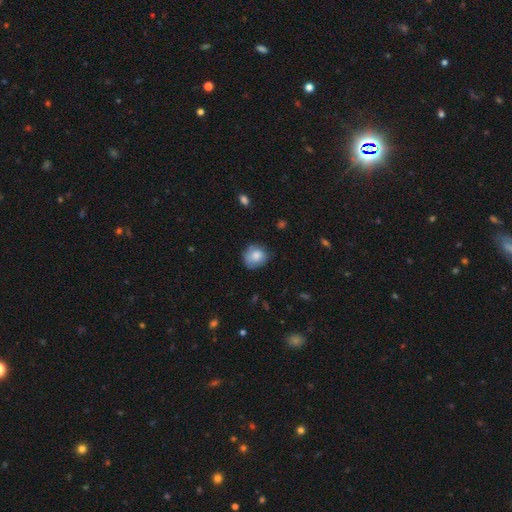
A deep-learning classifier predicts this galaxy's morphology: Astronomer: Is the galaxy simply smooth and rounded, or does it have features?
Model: smooth — 81%.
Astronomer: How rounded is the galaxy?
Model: round — 77%.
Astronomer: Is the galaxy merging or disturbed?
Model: none — 68%.